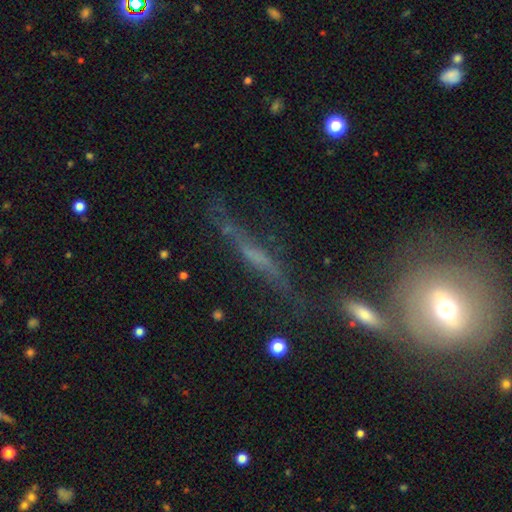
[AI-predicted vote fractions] Morphology: type=featured or disk (54%); edge-on=yes (73%); merging=none (51%).